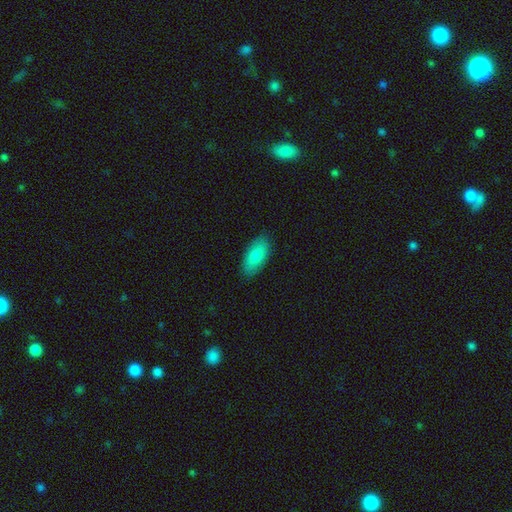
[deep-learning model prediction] This is clearly a smooth galaxy (83%). How rounded: clearly in between (90%). Merging: clearly none (87%).